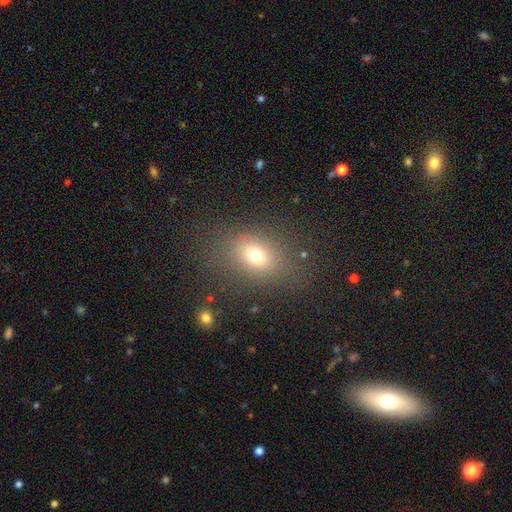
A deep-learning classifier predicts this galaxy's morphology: Smooth or featured? smooth (69%)
How rounded? in between (61%)
Merging? none (78%)